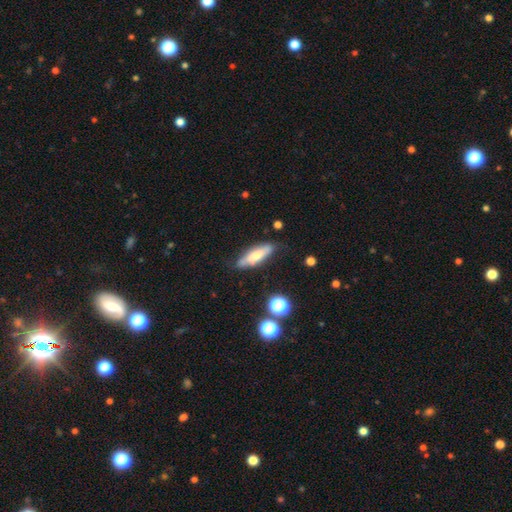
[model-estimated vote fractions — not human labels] smooth_or_featured: smooth (p=0.57) [alt: featured or disk p=0.36]
how_rounded: cigar-shaped (p=0.55) [alt: in between p=0.43]
merging: none (p=0.72) [alt: minor disturbance p=0.20]